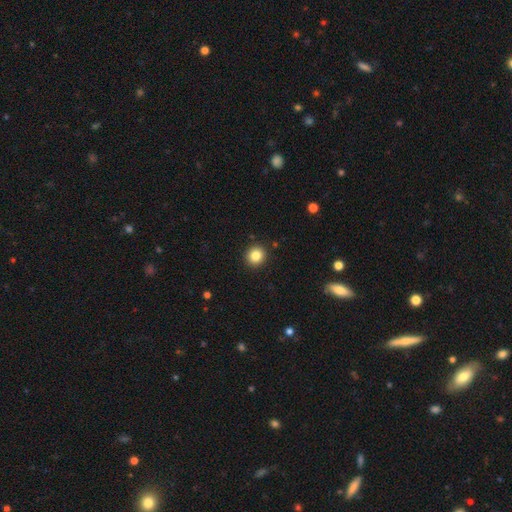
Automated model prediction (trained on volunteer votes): Smooth or featured? smooth (84%)
How rounded? round (90%)
Merging? none (92%)